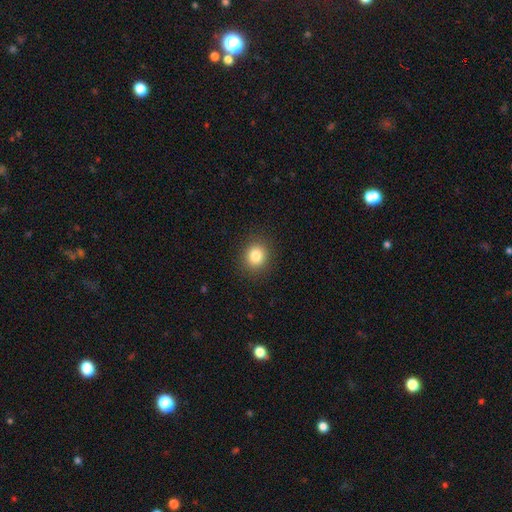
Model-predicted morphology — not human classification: Overall: smooth (83%). How rounded: round (77%). Merging: none (90%).